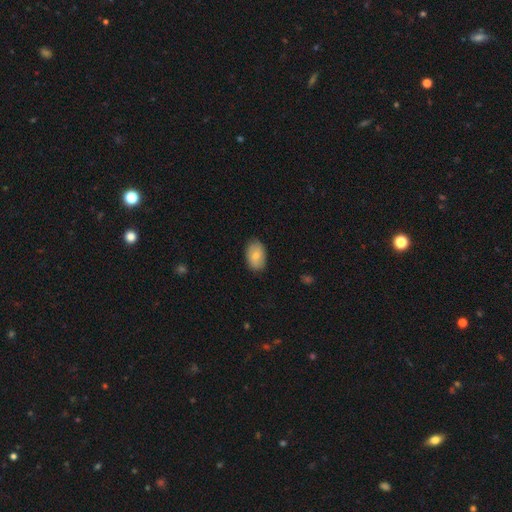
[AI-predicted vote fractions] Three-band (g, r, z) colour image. It shows a smooth galaxy with no disk features (78%) that is in between round and cigar-shaped (88%). Merging: none (84%).